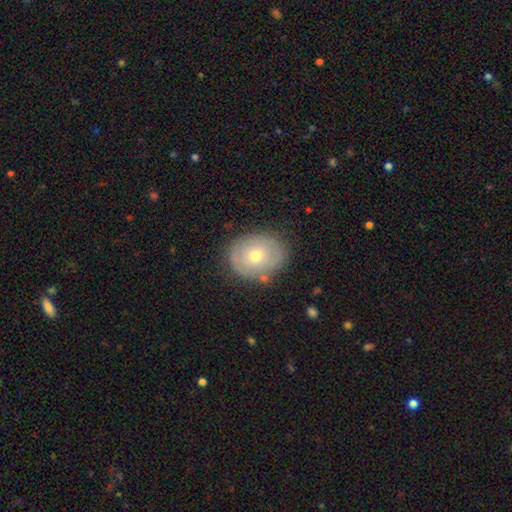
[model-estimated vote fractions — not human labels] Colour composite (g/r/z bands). It shows a smooth galaxy with no disk features (60%) that is round (55%). Merging: none (81%).